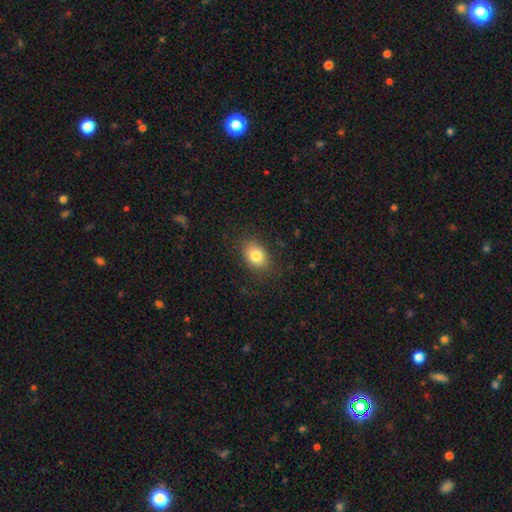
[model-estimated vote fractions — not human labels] Morphology: type=smooth (82%); roundness=in between (72%); merging=none (84%).